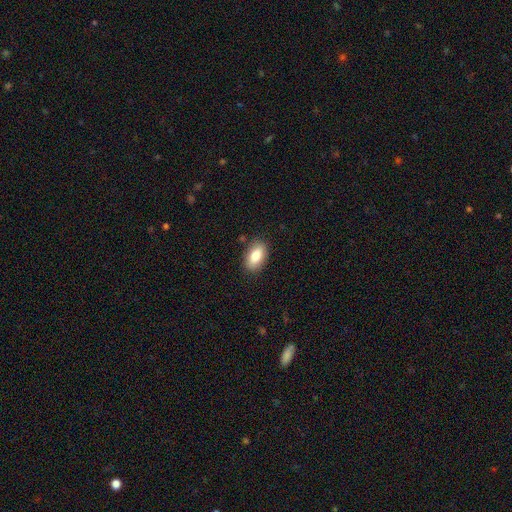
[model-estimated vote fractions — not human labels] Q: Smooth or featured?
A: smooth (83%); runner-up: featured or disk (10%)
Q: How rounded?
A: in between (92%); runner-up: round (5%)
Q: Merging?
A: none (86%); runner-up: minor disturbance (10%)